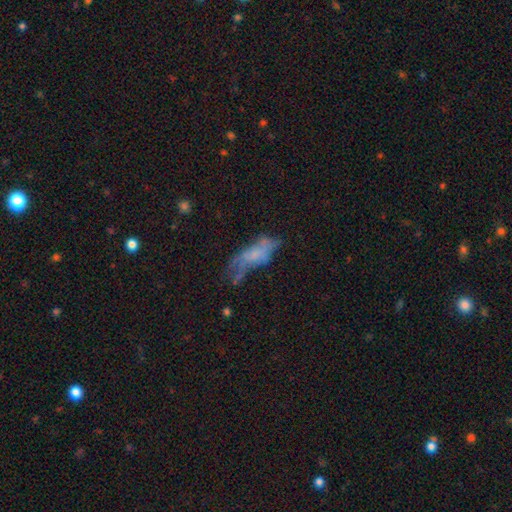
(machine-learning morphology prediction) This appears to be a smooth galaxy with no disk features (45%). Merging: major disturbance (35%).